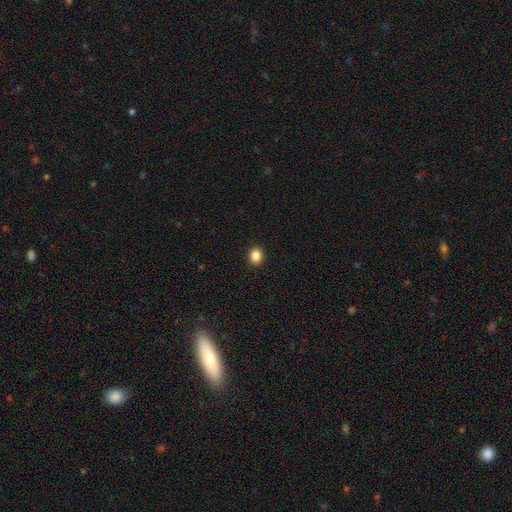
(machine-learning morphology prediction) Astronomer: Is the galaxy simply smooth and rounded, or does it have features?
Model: smooth — 86%.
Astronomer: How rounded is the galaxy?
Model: round — 56% (runner-up: in between, 43%).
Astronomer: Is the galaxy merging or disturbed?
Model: none — 92%.